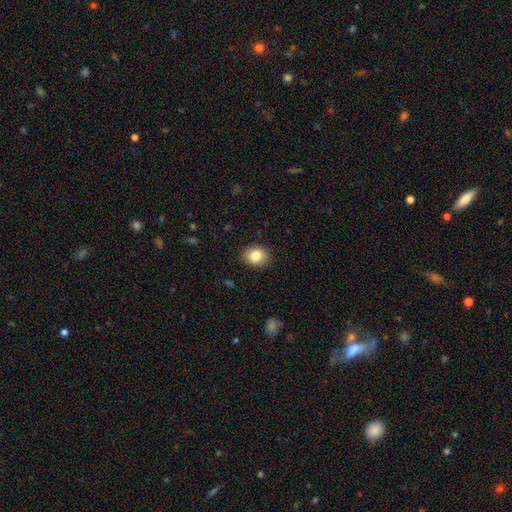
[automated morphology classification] A smooth galaxy with no disk features (84%) that is in between round and cigar-shaped (56%). Merging: none (88%).